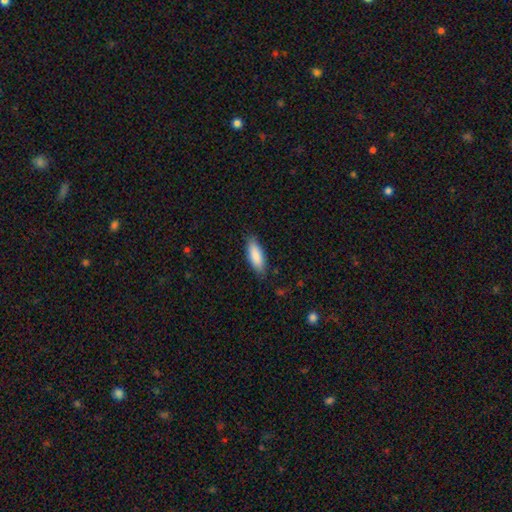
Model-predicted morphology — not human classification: This is clearly a smooth galaxy (87%). How rounded: likely in between (69%). Merging: clearly none (83%).